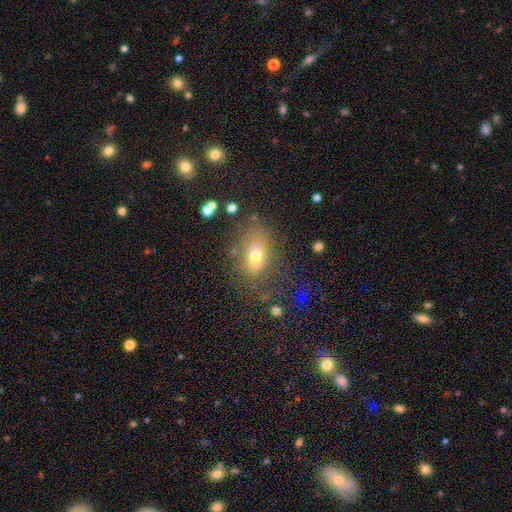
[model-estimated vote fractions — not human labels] A smooth galaxy with no disk features (67%) that is in between round and cigar-shaped (77%).

Vote fractions:
- Smooth or featured? smooth: 67% / featured or disk: 19% / star or artifact: 14%
- How rounded? in between: 77% / round: 20% / cigar-shaped: 3%
- Merging? none: 65% / minor disturbance: 18% / major disturbance: 12% / merger: 4%